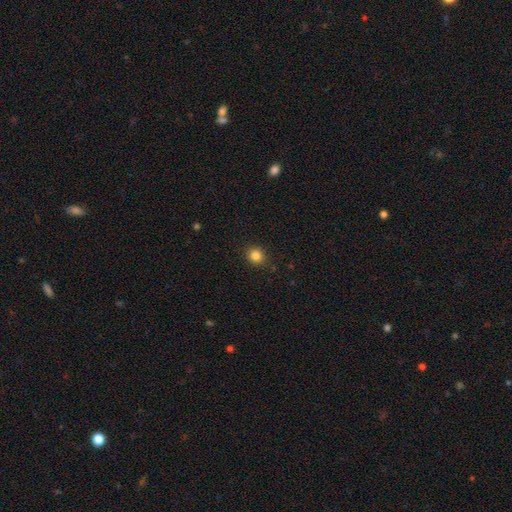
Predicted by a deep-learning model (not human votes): A smooth galaxy with no disk features (84%) that is round (85%). Merging: none (90%).